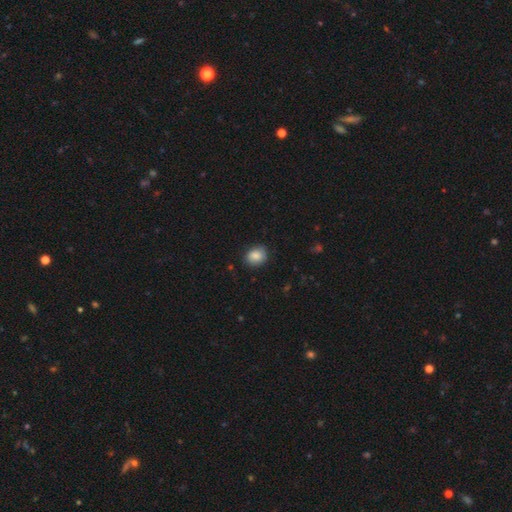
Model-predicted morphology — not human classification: smooth-or-featured: smooth: 84% | featured or disk: 8% | star or artifact: 8%
  how-rounded: round: 56% | in between: 43% | cigar-shaped: 1%
  merging: none: 81% | minor disturbance: 15% | major disturbance: 3% | merger: 1%